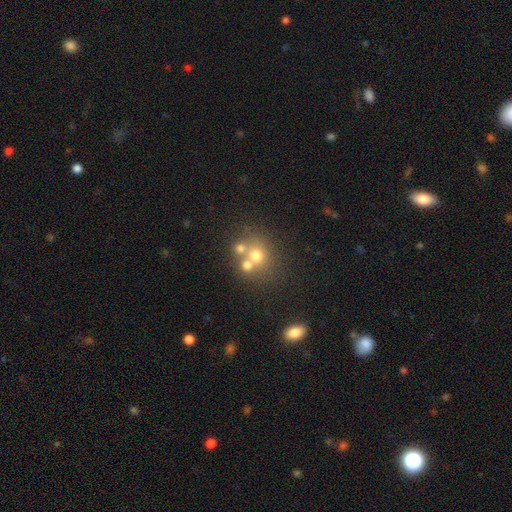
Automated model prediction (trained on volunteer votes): smooth_or_featured: smooth (p=0.63) [alt: featured or disk p=0.20]
how_rounded: round (p=0.81) [alt: in between p=0.18]
merging: none (p=0.46) [alt: merger p=0.42]